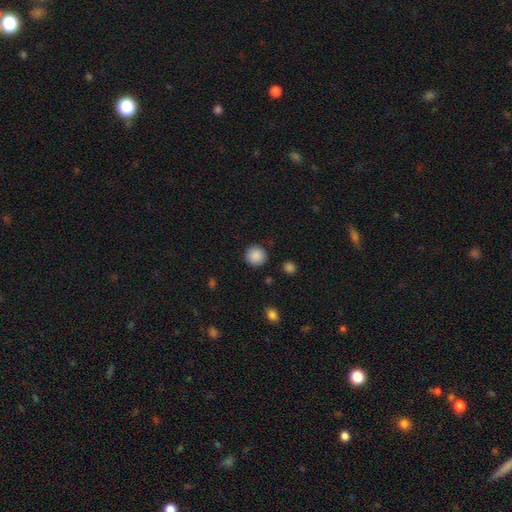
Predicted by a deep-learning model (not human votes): Smooth or featured?
  - smooth: 88% *
  - star or artifact: 9%
  - featured or disk: 3%
How rounded?
  - round: 93% *
  - in between: 6%
  - cigar-shaped: 1%
Merging?
  - none: 89% *
  - minor disturbance: 7%
  - major disturbance: 2%
  - merger: 2%